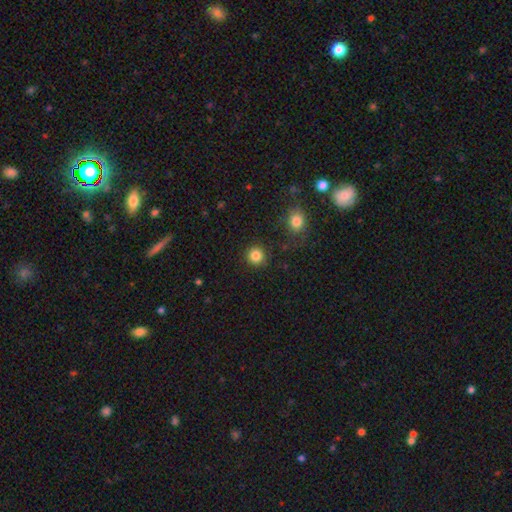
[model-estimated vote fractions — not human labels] This is clearly a smooth galaxy (85%). How rounded: clearly round (92%). Merging: clearly none (89%).